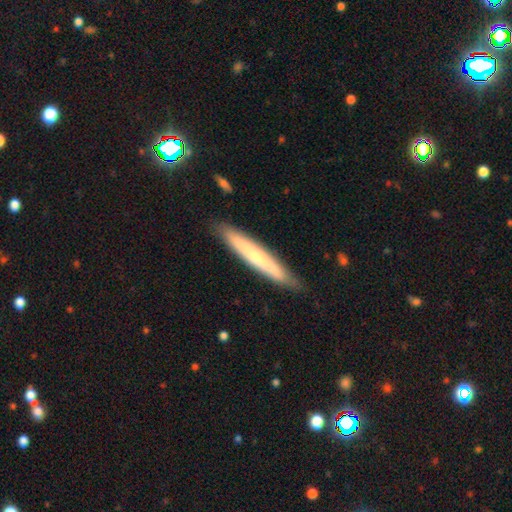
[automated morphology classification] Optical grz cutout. It shows a smooth galaxy with no disk features (52%) that is cigar-shaped (93%). Merging: none (87%).